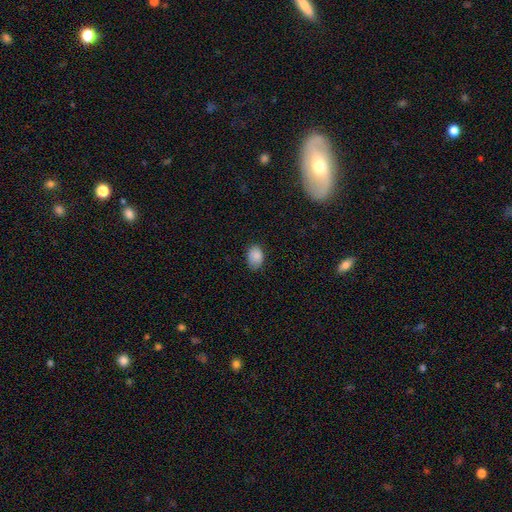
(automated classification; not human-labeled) smooth-or-featured: smooth: 87% | star or artifact: 8% | featured or disk: 5%
  how-rounded: in between: 82% | round: 17% | cigar-shaped: 1%
  merging: none: 78% | minor disturbance: 18% | major disturbance: 3% | merger: 1%